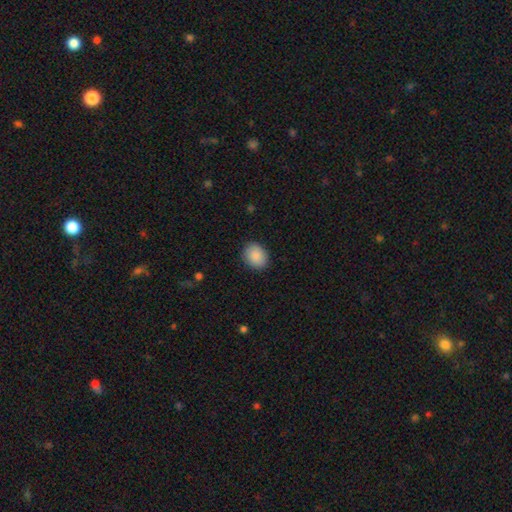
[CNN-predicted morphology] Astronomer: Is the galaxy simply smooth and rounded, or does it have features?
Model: smooth — 89%.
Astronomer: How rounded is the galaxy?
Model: in between — 50% (runner-up: round, 49%).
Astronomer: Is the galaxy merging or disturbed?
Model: none — 88%.